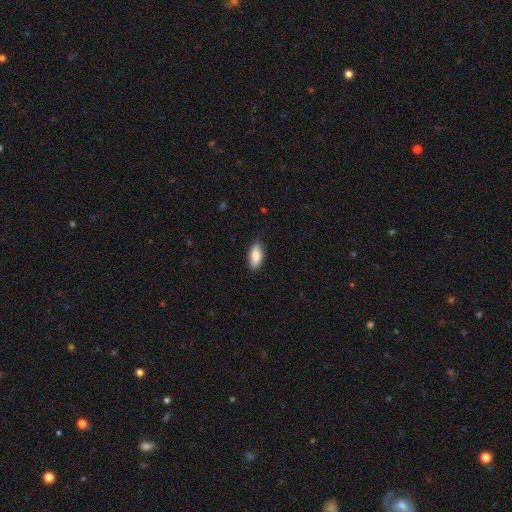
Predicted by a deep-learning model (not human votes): smooth_or_featured: smooth (p=0.87) [alt: featured or disk p=0.07]
how_rounded: in between (p=0.87) [alt: cigar-shaped p=0.11]
merging: none (p=0.86) [alt: minor disturbance p=0.11]